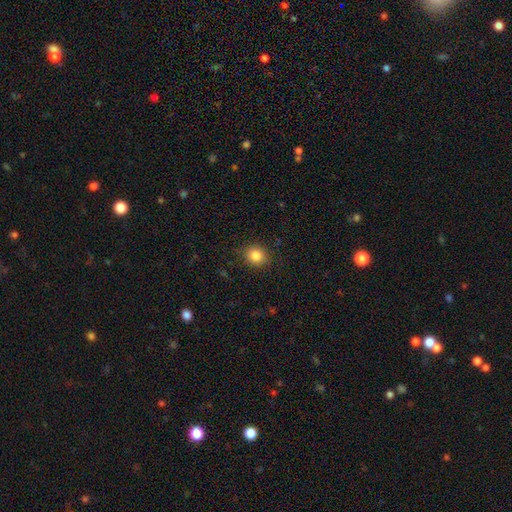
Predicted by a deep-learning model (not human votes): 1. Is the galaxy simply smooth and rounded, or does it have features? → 84% smooth, 11% star or artifact, 5% featured or disk.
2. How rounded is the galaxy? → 77% round, 22% in between, 1% cigar-shaped.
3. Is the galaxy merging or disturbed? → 87% none, 9% minor disturbance, 3% major disturbance, 1% merger.